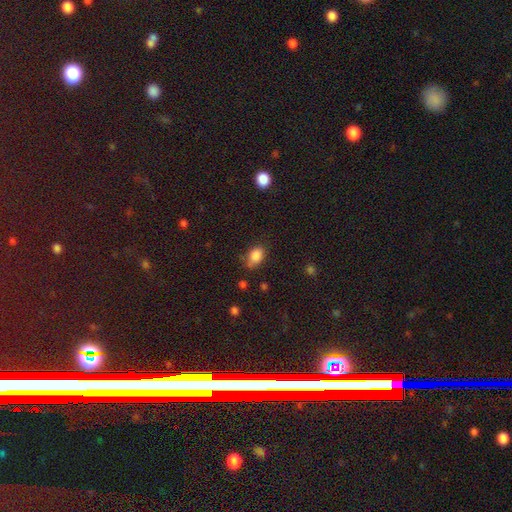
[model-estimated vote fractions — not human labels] This is clearly a smooth galaxy (85%). How rounded: likely in between (78%). Merging: likely none (64%).